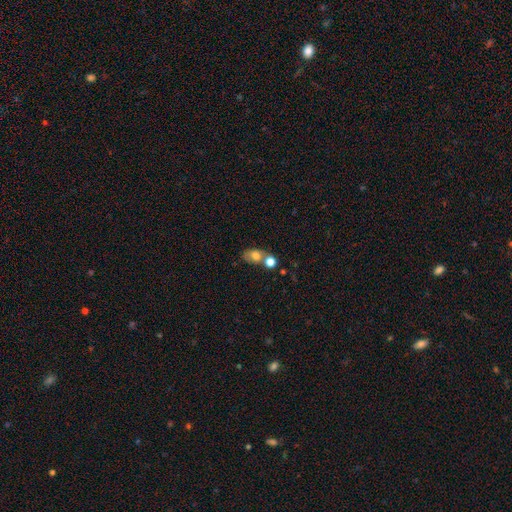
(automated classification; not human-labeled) A smooth galaxy with no disk features (71%) that is in between round and cigar-shaped (65%). Merging: merger (43%).